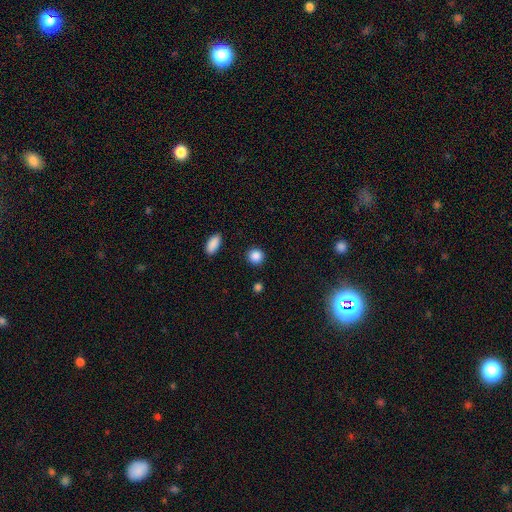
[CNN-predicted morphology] The model was most divided on "smooth or featured": smooth: 87%, star or artifact: 10%, featured or disk: 3%. More confident: how rounded — round (90%); merging — none (90%).